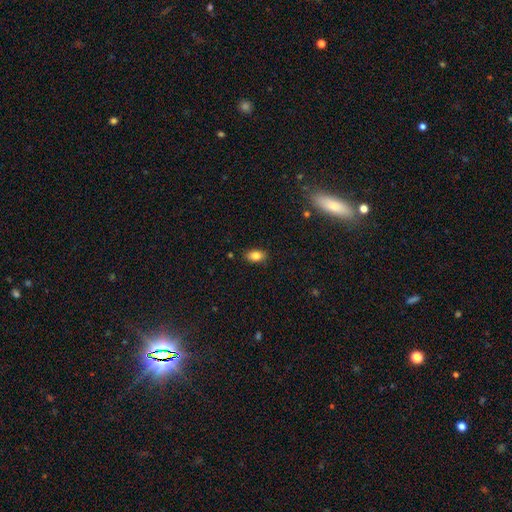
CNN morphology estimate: This is clearly a smooth galaxy (82%). How rounded: clearly in between (88%). Merging: clearly none (87%).